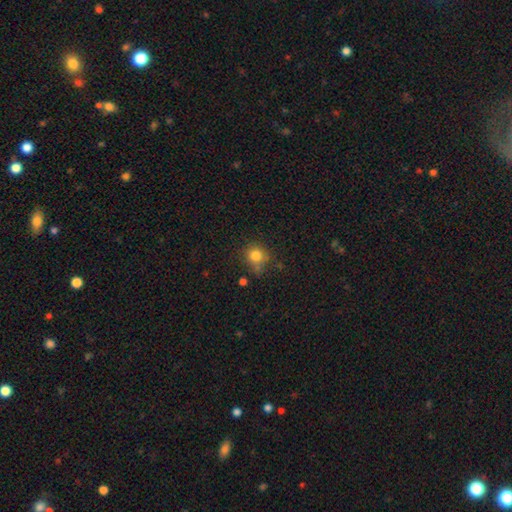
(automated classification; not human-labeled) Smooth or featured: smooth — 81% (star or artifact — 12%)
How rounded: round — 86% (in between — 13%)
Merging: none — 68% (minor disturbance — 19%)